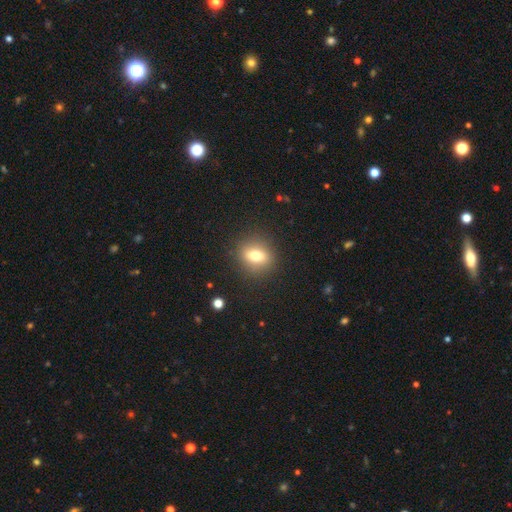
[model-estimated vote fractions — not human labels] smooth-or-featured: smooth: 73% | featured or disk: 15% | star or artifact: 11%
  how-rounded: round: 51% | in between: 46% | cigar-shaped: 3%
  merging: none: 88% | minor disturbance: 8% | major disturbance: 3% | merger: 1%